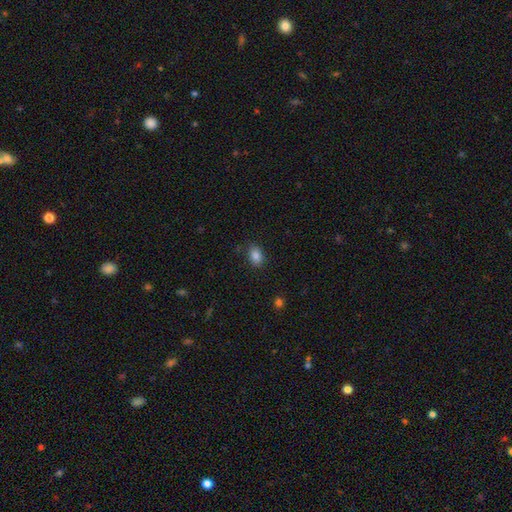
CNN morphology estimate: A smooth galaxy with no disk features (86%) that is in between round and cigar-shaped (79%). Merging: none (83%).